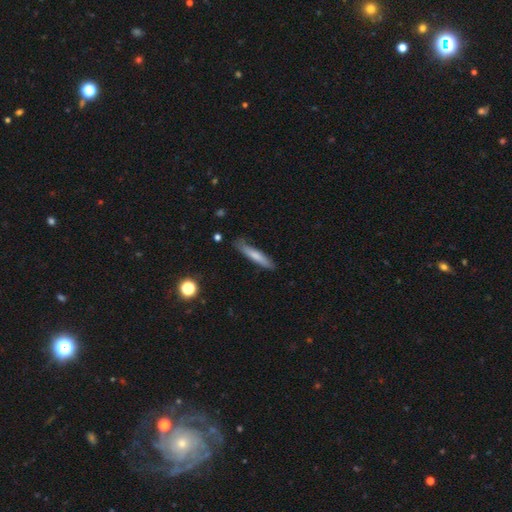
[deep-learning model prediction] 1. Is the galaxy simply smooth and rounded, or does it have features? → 71% smooth, 23% featured or disk, 6% star or artifact.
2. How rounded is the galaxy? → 89% cigar-shaped, 9% in between, 1% round.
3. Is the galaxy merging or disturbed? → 76% none, 18% minor disturbance, 4% major disturbance, 2% merger.